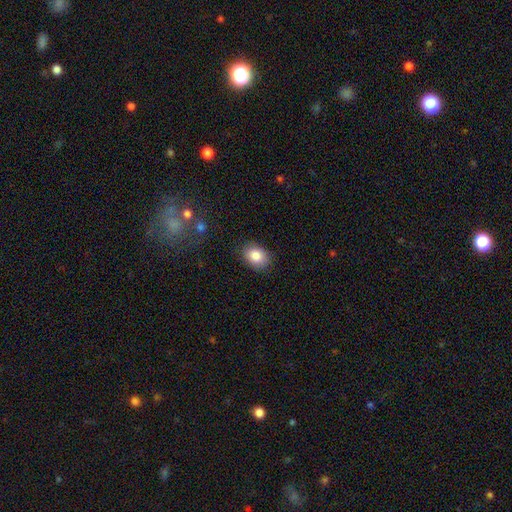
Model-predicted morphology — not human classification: smooth_or_featured: smooth (p=0.85) [alt: star or artifact p=0.08]
how_rounded: in between (p=0.71) [alt: round p=0.28]
merging: none (p=0.85) [alt: minor disturbance p=0.11]